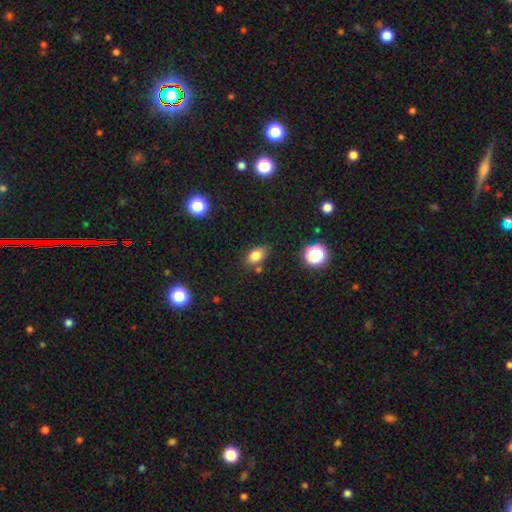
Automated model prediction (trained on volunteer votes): This is likely a smooth galaxy (79%). How rounded: clearly in between (82%). Merging: likely none (77%).